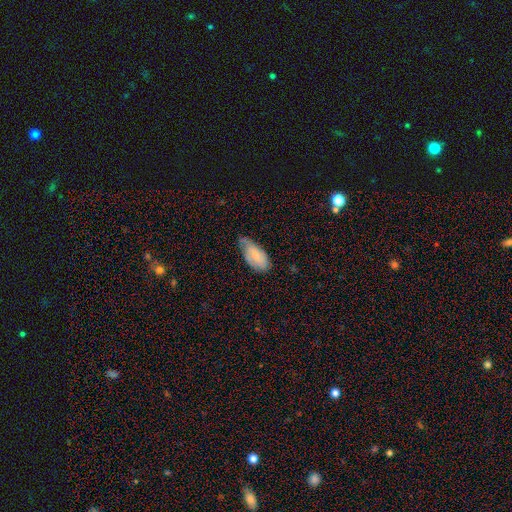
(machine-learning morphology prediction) smooth_or_featured: smooth (p=0.66) [alt: featured or disk p=0.27]
how_rounded: in between (p=0.92) [alt: cigar-shaped p=0.06]
merging: none (p=0.46) [alt: minor disturbance p=0.43]